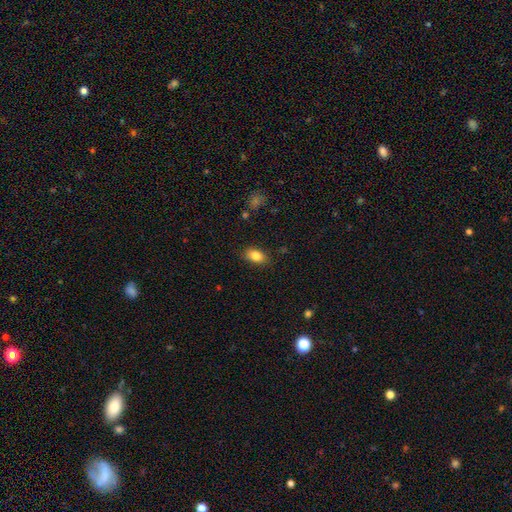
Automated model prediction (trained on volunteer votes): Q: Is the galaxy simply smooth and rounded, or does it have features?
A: smooth — 84%.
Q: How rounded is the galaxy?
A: in between — 86%.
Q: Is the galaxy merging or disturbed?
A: none — 83%.